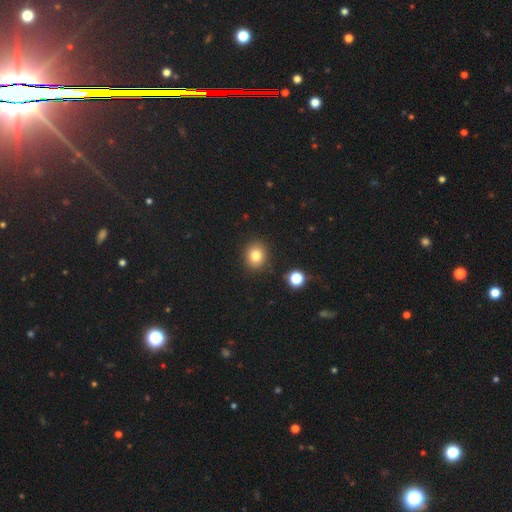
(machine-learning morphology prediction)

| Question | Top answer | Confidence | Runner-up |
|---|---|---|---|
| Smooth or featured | smooth | 81% | star or artifact (12%) |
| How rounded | round | 76% | in between (23%) |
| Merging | none | 87% | minor disturbance (8%) |